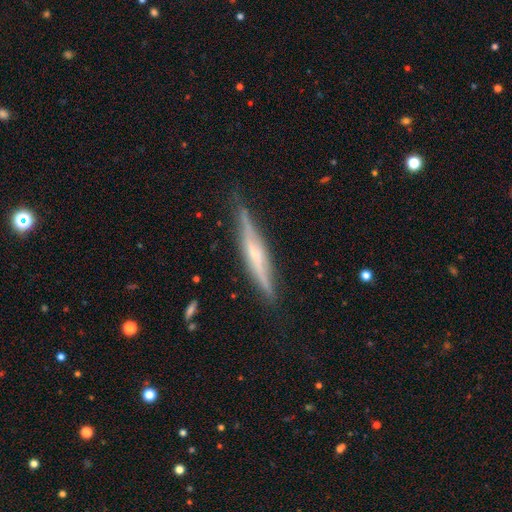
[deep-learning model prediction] smooth-or-featured: featured or disk: 73% | smooth: 21% | star or artifact: 6%
  disk-edge-on: yes: 96% | no: 4%
    edge-on-bulge: rounded: 55% | none: 28% | boxy: 17%
  merging: none: 84% | minor disturbance: 13% | major disturbance: 2% | merger: 1%